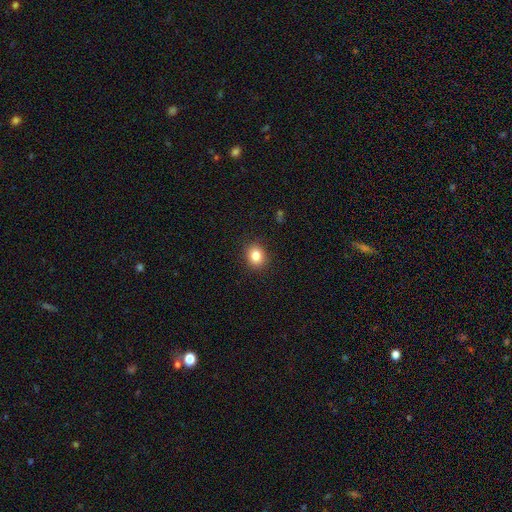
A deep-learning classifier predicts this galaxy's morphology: Smooth or featured? Predicted: smooth (p=0.83). How rounded? Predicted: round (p=0.67). Merging? Predicted: none (p=0.90).